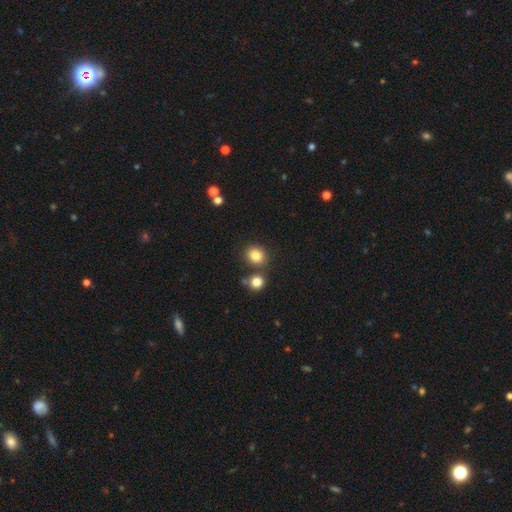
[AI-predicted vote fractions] Q: Smooth or featured?
A: smooth (81%); runner-up: star or artifact (12%)
Q: How rounded?
A: round (75%); runner-up: in between (24%)
Q: Merging?
A: none (75%); runner-up: merger (13%)